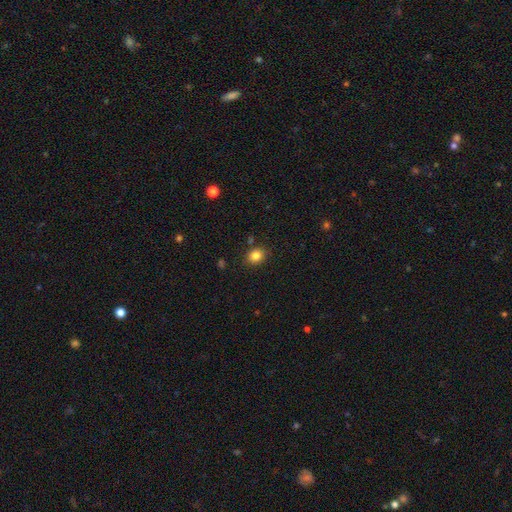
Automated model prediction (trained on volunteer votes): Smooth or featured: smooth — 84% (star or artifact — 11%)
How rounded: round — 54% (in between — 45%)
Merging: none — 84% (minor disturbance — 10%)